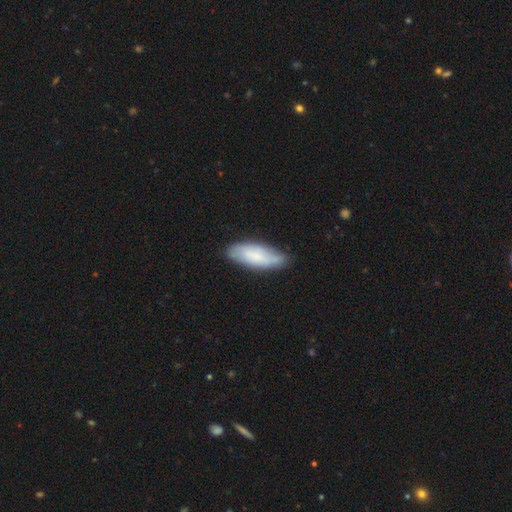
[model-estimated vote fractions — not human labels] This is likely a smooth galaxy (73%). How rounded: likely in between (66%). Merging: likely none (77%).